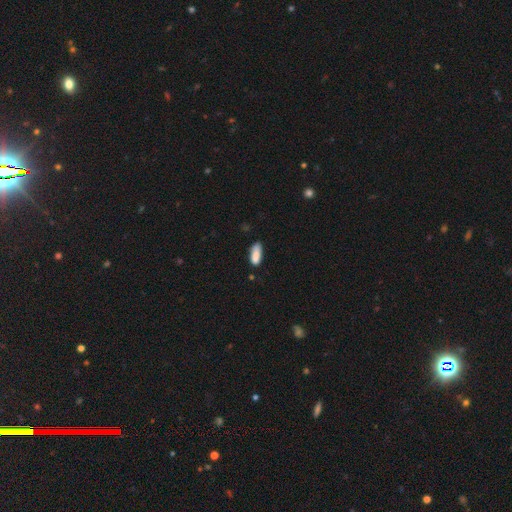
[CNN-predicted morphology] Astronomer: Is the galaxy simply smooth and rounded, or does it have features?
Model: smooth — 85%.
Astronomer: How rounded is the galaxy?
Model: in between — 71%.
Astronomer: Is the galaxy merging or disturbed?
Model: none — 60%.